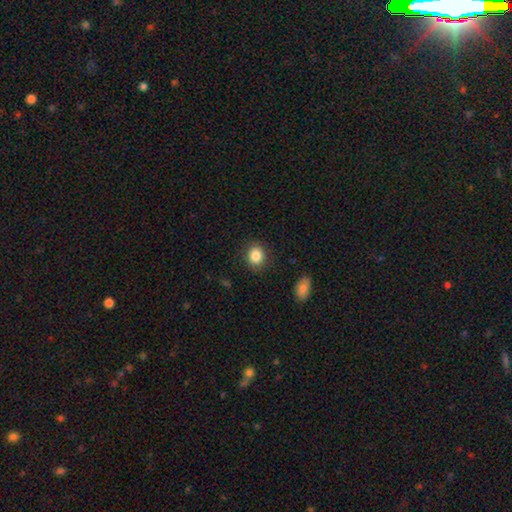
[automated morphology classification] Overall: smooth (86%). How rounded: round (68%; in between 31%). Merging: none (87%).